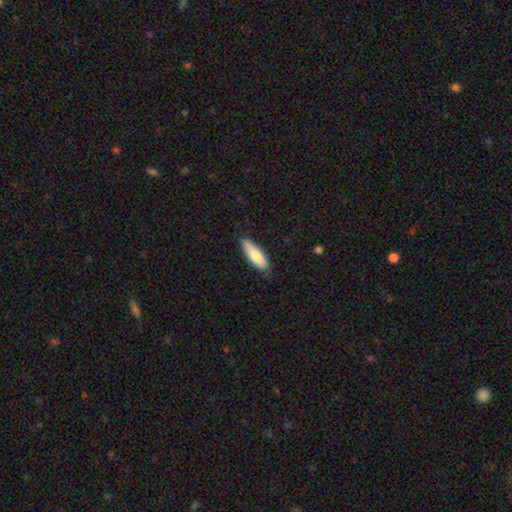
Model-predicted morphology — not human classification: Overall: smooth (73%). How rounded: in between (58%; cigar-shaped 40%). Merging: none (84%).